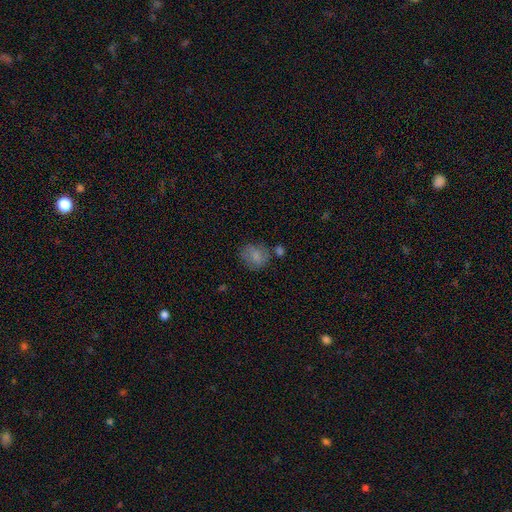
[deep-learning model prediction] Smooth or featured: smooth — 81% (featured or disk — 9%)
How rounded: round — 68% (in between — 31%)
Merging: none — 64% (minor disturbance — 19%)